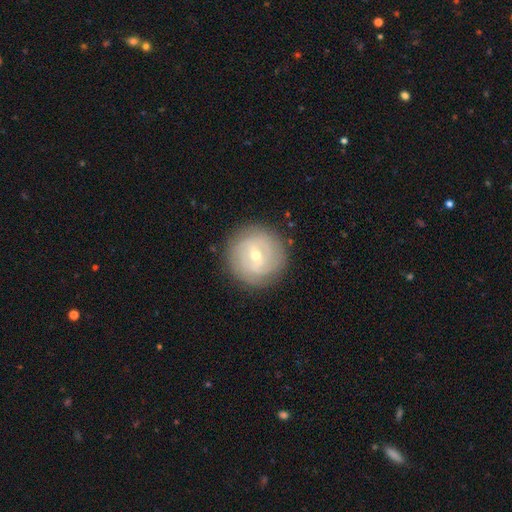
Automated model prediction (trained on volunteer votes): smooth-or-featured: featured or disk: 67% | smooth: 26% | star or artifact: 7%
  disk-edge-on: no: 96% | yes: 4%
    bar: weak: 55% | strong: 24% | no: 21%
    has-spiral-arms: yes: 72% | no: 28%
    bulge-size: small: 54% | moderate: 44% | large: 1% | none: 1% | dominant: 1%
  merging: none: 86% | minor disturbance: 9% | major disturbance: 3% | merger: 1%